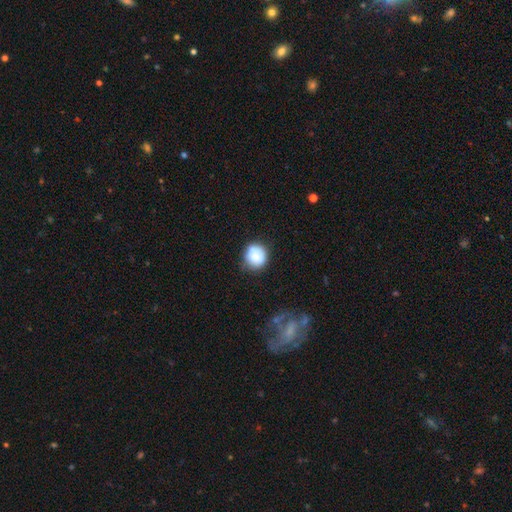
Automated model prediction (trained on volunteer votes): This is likely a smooth galaxy (80%). How rounded: clearly round (83%). Merging: likely none (66%).